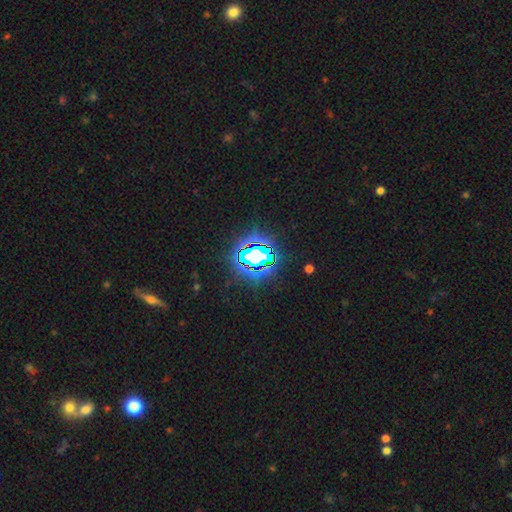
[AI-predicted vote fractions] Q: Smooth or featured?
A: star or artifact (74%); runner-up: smooth (15%)